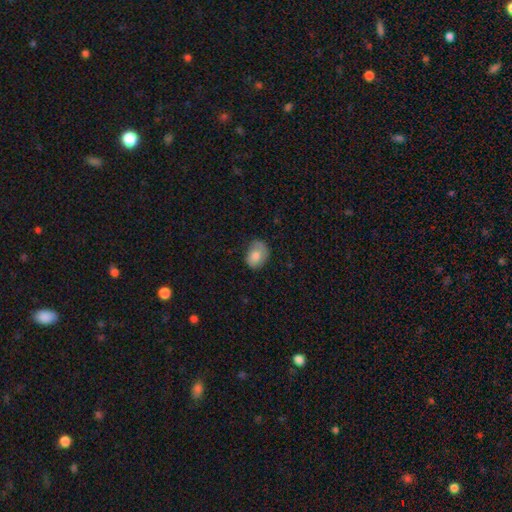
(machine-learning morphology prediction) Overall: smooth (74%). How rounded: in between (67%; round 32%). Merging: none (62%; minor disturbance 29%).